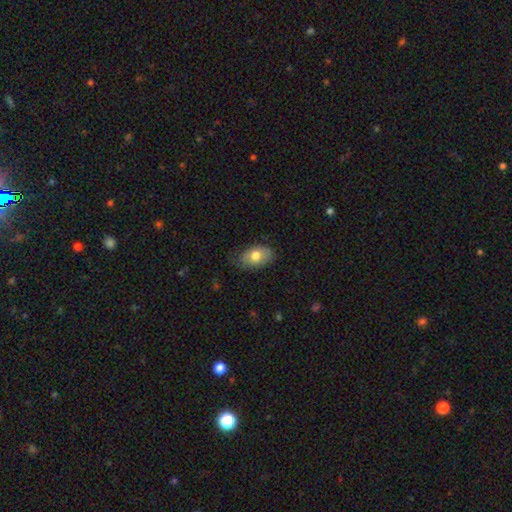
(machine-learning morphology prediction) This appears to be a smooth galaxy with no disk features (74%) that is in between round and cigar-shaped (89%). Merging: none (69%).